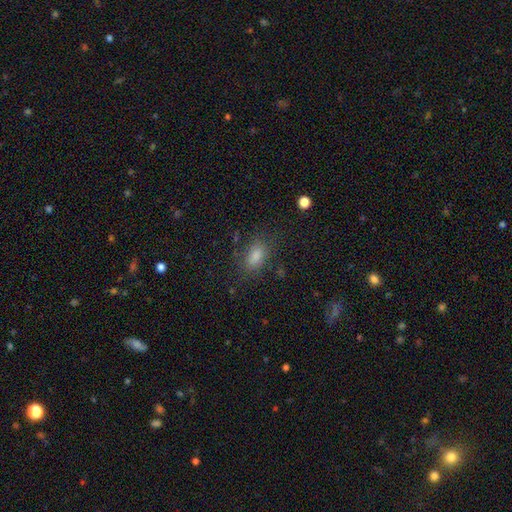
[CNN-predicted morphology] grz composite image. It shows a smooth galaxy with no disk features (75%) that is in between round and cigar-shaped (82%). Merging: none (78%).